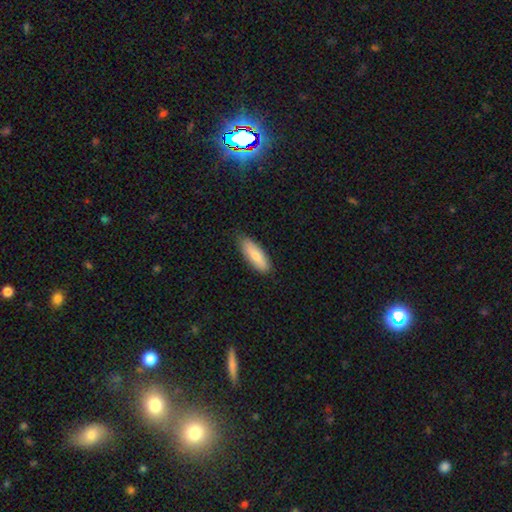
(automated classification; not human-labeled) smooth-or-featured: smooth: 78% | featured or disk: 16% | star or artifact: 5%
  how-rounded: in between: 62% | cigar-shaped: 37% | round: 2%
  merging: none: 83% | minor disturbance: 13% | major disturbance: 2% | merger: 1%